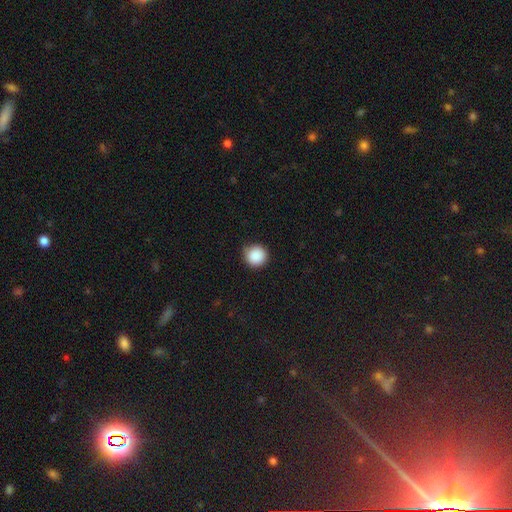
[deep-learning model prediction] A smooth galaxy with no disk features (88%) that is round (94%). Merging: none (85%).